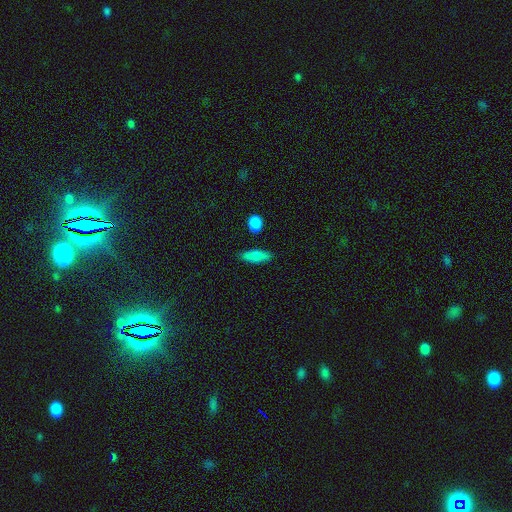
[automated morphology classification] smooth 77%, featured or disk 16%, star or artifact 7%. Down the decision tree: how rounded — in between (57%); merging — none (82%).